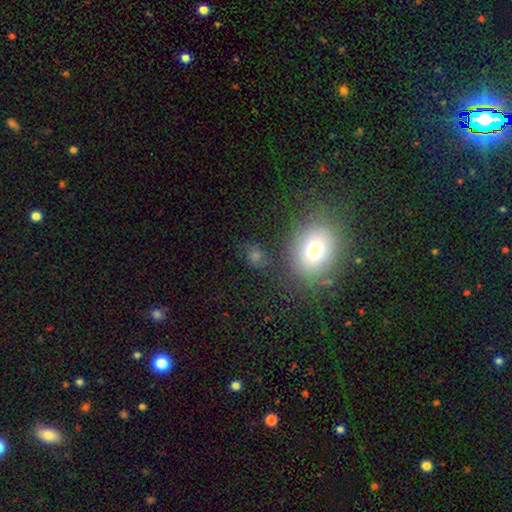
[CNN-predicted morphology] smooth_or_featured: smooth (p=0.68) [alt: star or artifact p=0.18]
how_rounded: in between (p=0.55) [alt: round p=0.43]
merging: none (p=0.69) [alt: minor disturbance p=0.15]